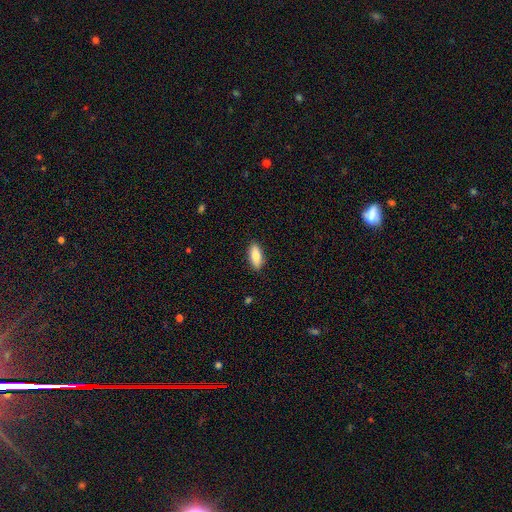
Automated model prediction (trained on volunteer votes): This is clearly a smooth galaxy (83%). How rounded: clearly in between (81%). Merging: clearly none (88%).